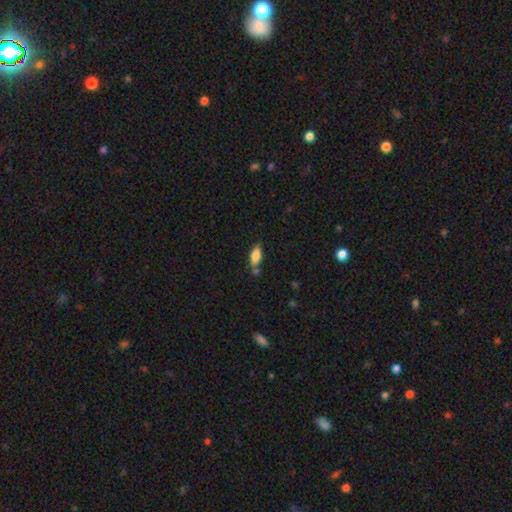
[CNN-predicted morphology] A smooth galaxy with no disk features (79%) that is in between round and cigar-shaped (78%). Merging: none (64%).